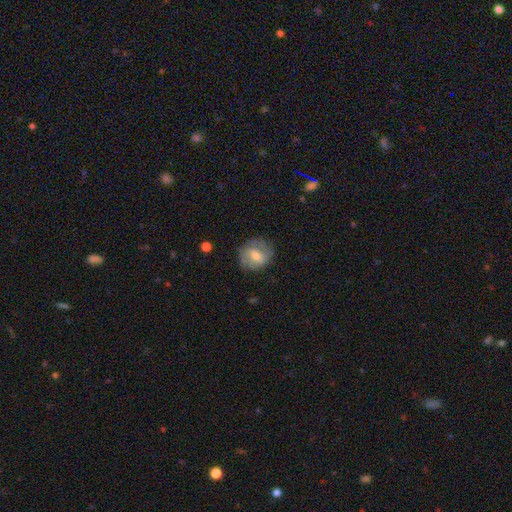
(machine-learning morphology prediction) Smooth or featured? Predicted: smooth (p=0.53). How rounded? Predicted: round (p=0.73). Merging? Predicted: none (p=0.72).